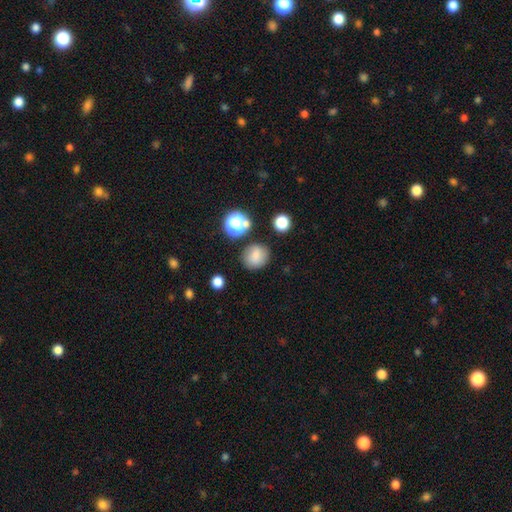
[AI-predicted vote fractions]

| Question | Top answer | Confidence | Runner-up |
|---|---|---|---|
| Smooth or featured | smooth | 78% | star or artifact (13%) |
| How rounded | round | 78% | in between (21%) |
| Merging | none | 80% | minor disturbance (12%) |